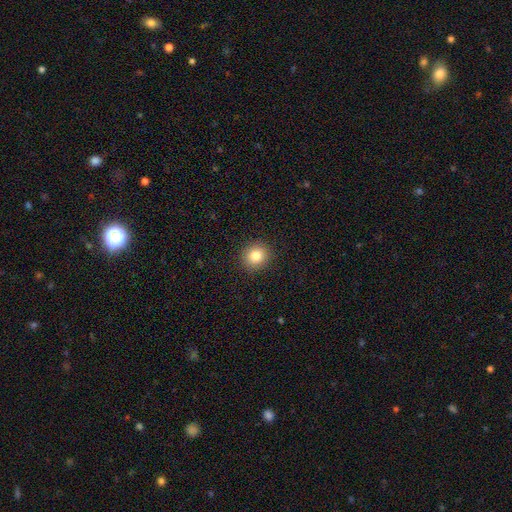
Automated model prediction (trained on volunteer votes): Overall: smooth (82%). How rounded: round (88%). Merging: none (92%).